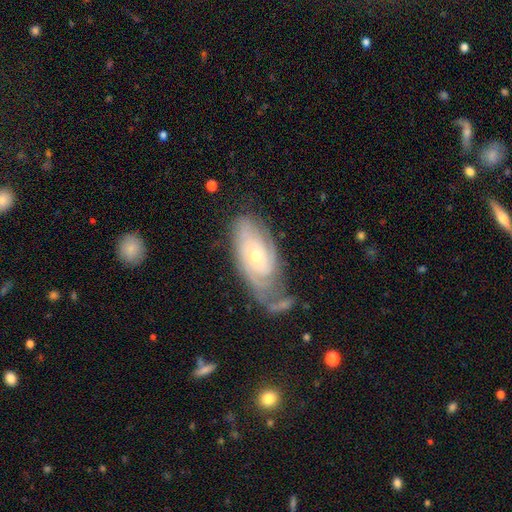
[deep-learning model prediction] featured or disk 81%, smooth 13%, star or artifact 6%. Down the decision tree: edge-on disk — no (93%); bar — no (75%); spiral arms — yes (91%); spiral arm count — can't tell (39%); spiral winding — tight (68%); bulge size — small (55%); merging — none (48%).